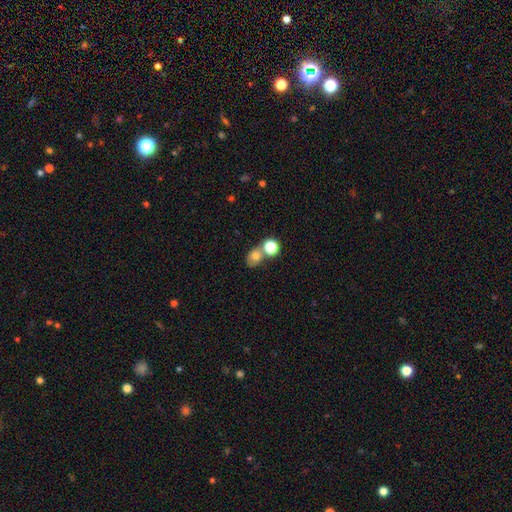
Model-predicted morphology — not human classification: The model was most divided on "merging": none: 43%, merger: 42%, minor disturbance: 10%, major disturbance: 5%. More confident: smooth or featured — smooth (72%); how rounded — round (54%).